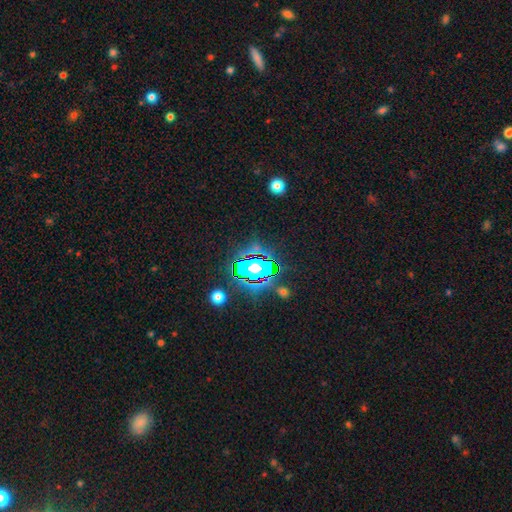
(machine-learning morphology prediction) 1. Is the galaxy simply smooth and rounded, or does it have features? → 81% star or artifact, 11% smooth, 7% featured or disk.